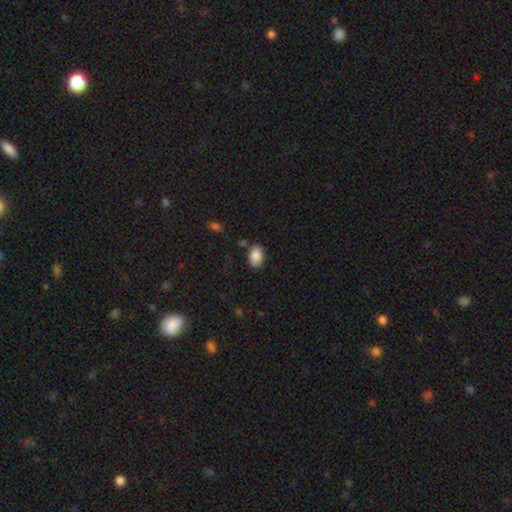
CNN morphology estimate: The model was most divided on "merging": none: 80%, minor disturbance: 13%, merger: 4%, major disturbance: 3%. More confident: how rounded — in between (89%); smooth or featured — smooth (87%).